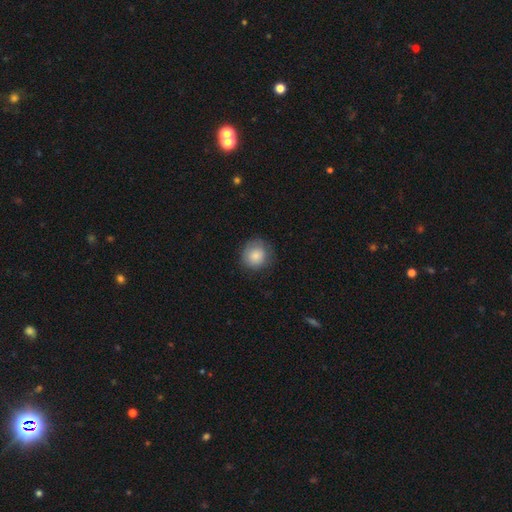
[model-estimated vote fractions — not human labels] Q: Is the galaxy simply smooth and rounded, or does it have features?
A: smooth — 84%.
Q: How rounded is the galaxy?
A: round — 88%.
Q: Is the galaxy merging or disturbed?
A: none — 79%.